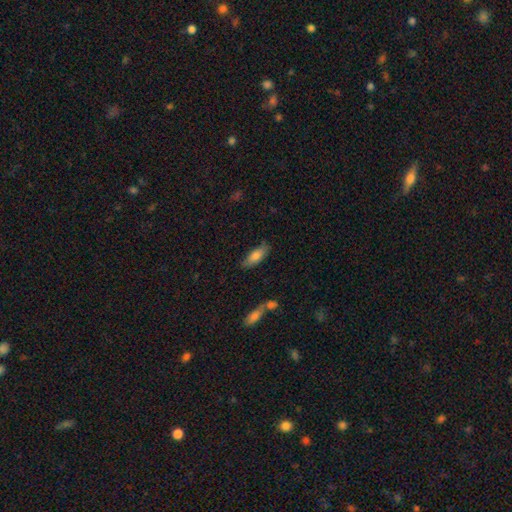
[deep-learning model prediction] This appears to be a smooth galaxy with no disk features (76%) that is in between round and cigar-shaped (67%). Merging: none (71%).